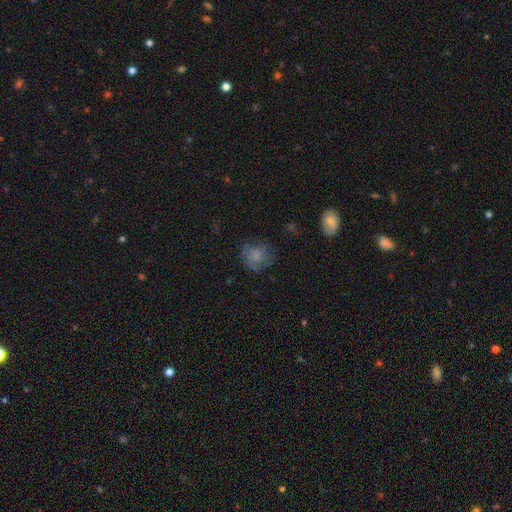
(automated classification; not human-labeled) Smooth or featured?
  - smooth: 69% *
  - featured or disk: 21%
  - star or artifact: 10%
How rounded?
  - round: 84% *
  - in between: 15%
  - cigar-shaped: 1%
Merging?
  - none: 65% *
  - minor disturbance: 22%
  - major disturbance: 11%
  - merger: 2%